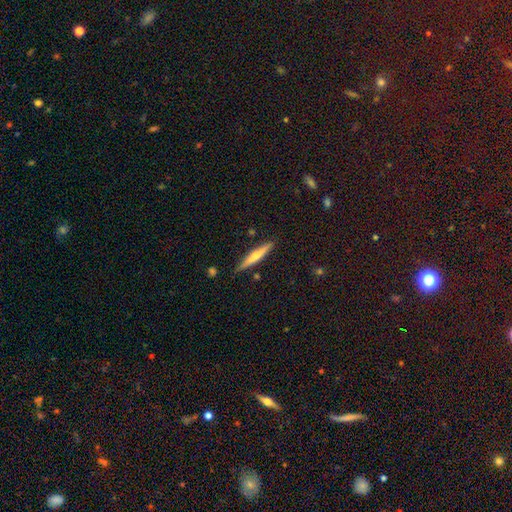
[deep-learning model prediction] This appears to be a featured or disk galaxy (52%) viewed edge-on (96%) with a rounded central bulge (75%). Merging: none (87%).